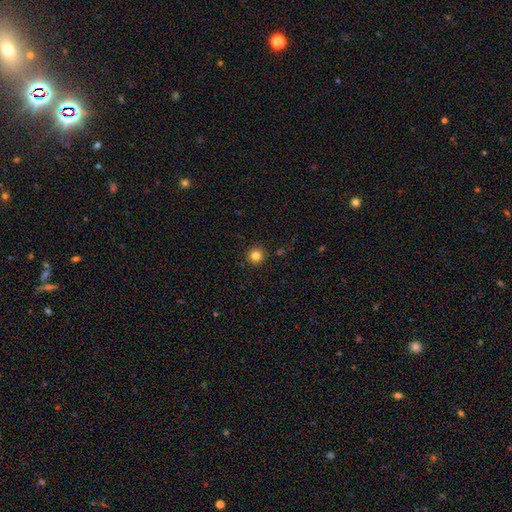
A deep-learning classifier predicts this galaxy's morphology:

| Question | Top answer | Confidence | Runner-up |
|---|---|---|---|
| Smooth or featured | smooth | 83% | star or artifact (12%) |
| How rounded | round | 94% | in between (5%) |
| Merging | none | 91% | minor disturbance (6%) |